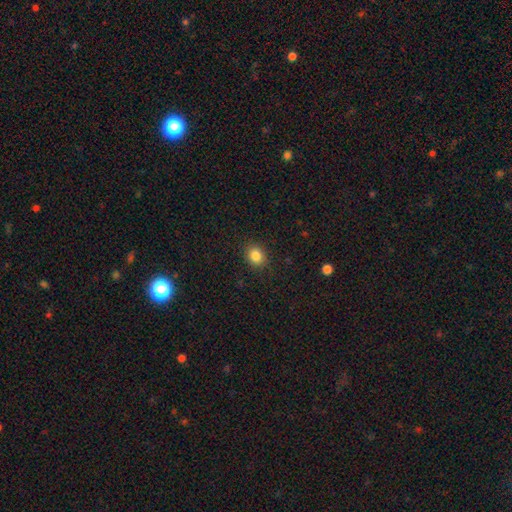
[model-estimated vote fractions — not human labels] Smooth or featured?
  - smooth: 85% *
  - star or artifact: 10%
  - featured or disk: 4%
How rounded?
  - round: 64% *
  - in between: 36%
  - cigar-shaped: 1%
Merging?
  - none: 89% *
  - minor disturbance: 8%
  - major disturbance: 2%
  - merger: 1%